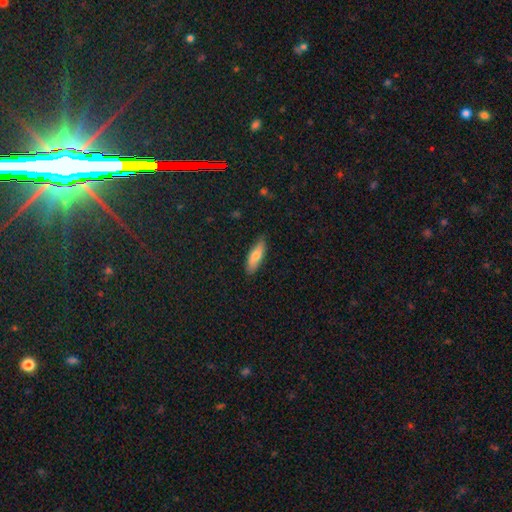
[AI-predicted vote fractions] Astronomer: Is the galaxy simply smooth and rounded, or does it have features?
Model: smooth — 74%.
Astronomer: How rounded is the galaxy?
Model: in between — 58% (runner-up: cigar-shaped, 40%).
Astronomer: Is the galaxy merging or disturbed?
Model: none — 80%.